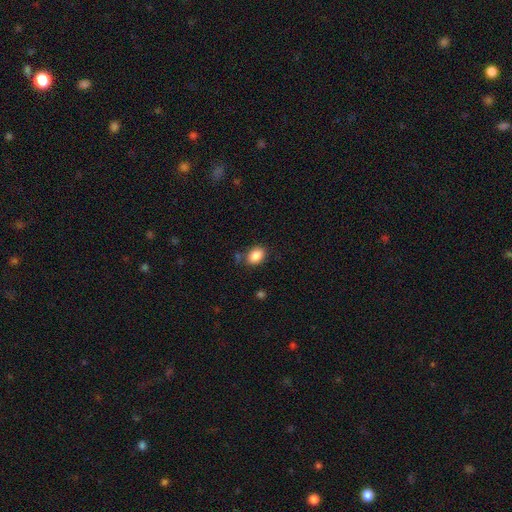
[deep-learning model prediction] This is clearly a smooth galaxy (88%). How rounded: likely in between (78%). Merging: likely none (76%).